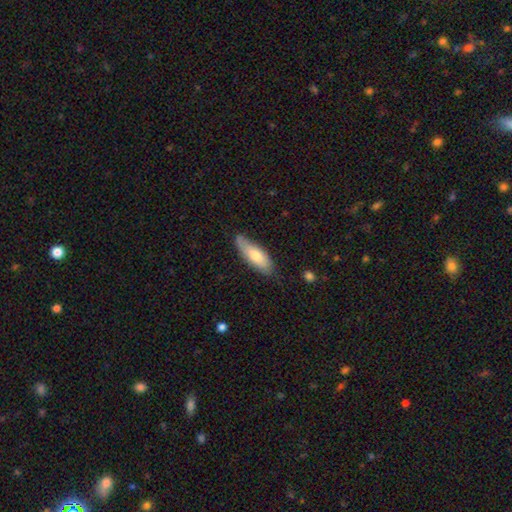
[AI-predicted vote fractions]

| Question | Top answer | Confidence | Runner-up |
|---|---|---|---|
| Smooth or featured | smooth | 67% | featured or disk (27%) |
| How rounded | in between | 61% | cigar-shaped (37%) |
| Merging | none | 72% | minor disturbance (22%) |